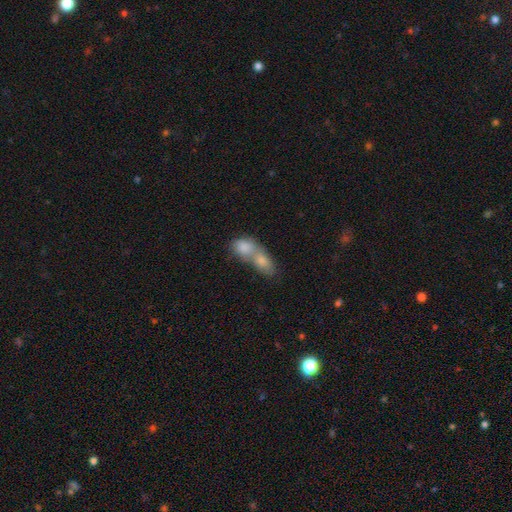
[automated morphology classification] smooth-or-featured: smooth: 67% | featured or disk: 20% | star or artifact: 13%
  how-rounded: in between: 59% | round: 33% | cigar-shaped: 9%
  merging: merger: 74% | none: 18% | minor disturbance: 5% | major disturbance: 4%